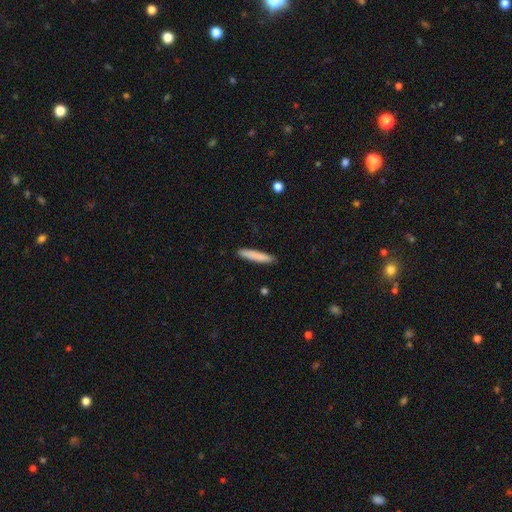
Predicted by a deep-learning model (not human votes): Smooth or featured? smooth (83%)
How rounded? cigar-shaped (92%)
Merging? none (90%)